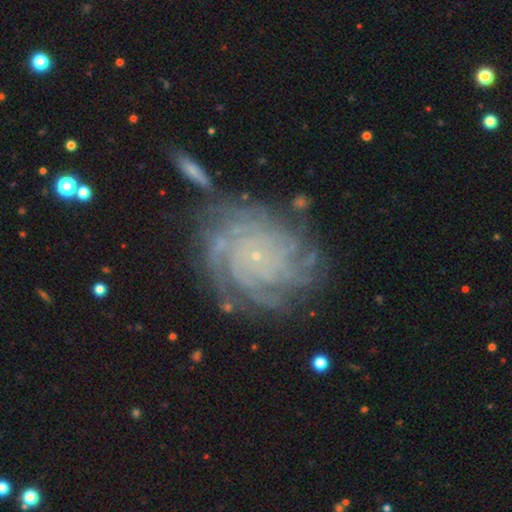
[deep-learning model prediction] The model was most divided on "spiral arm count": more than 4: 32%, 4: 26%, can't tell: 18%, 3: 10%, 2: 7%, 1: 7%. More confident: spiral arms — yes (98%); edge-on disk — no (97%); bulge size — small (90%); smooth or featured — featured or disk (87%); bar — no (82%); spiral winding — tight (82%); merging — none (70%).